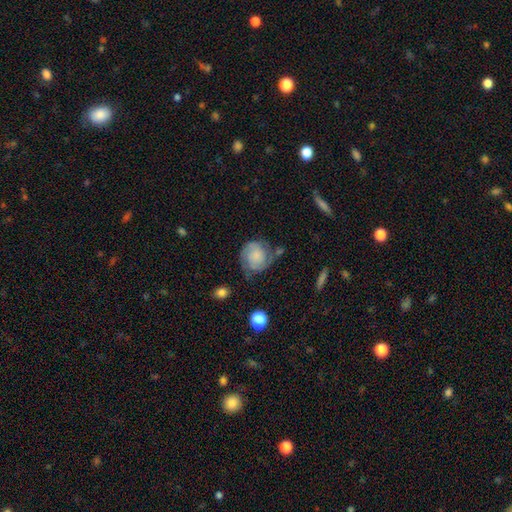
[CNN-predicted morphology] smooth_or_featured: featured or disk (p=0.54) [alt: smooth p=0.38]
disk_edge_on: no (p=0.97) [alt: yes p=0.03]
bar: no (p=0.74) [alt: weak p=0.22]
has_spiral_arms: yes (p=0.88) [alt: no p=0.12]
bulge_size: small (p=0.36) [alt: none p=0.34]
merging: none (p=0.53) [alt: minor disturbance p=0.27]